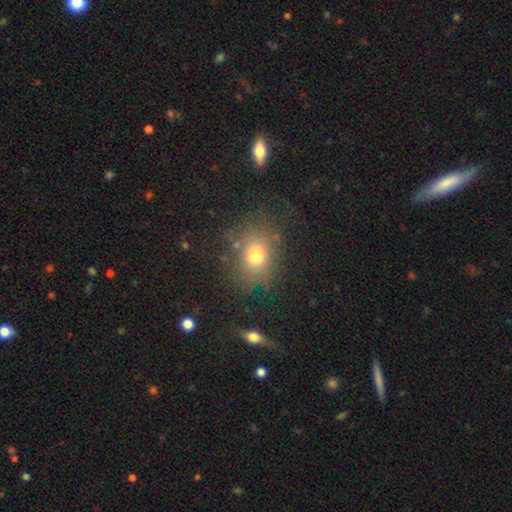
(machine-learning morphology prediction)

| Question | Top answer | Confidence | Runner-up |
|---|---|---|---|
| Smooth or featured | smooth | 72% | star or artifact (14%) |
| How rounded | in between | 56% | round (43%) |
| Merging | none | 70% | minor disturbance (17%) |